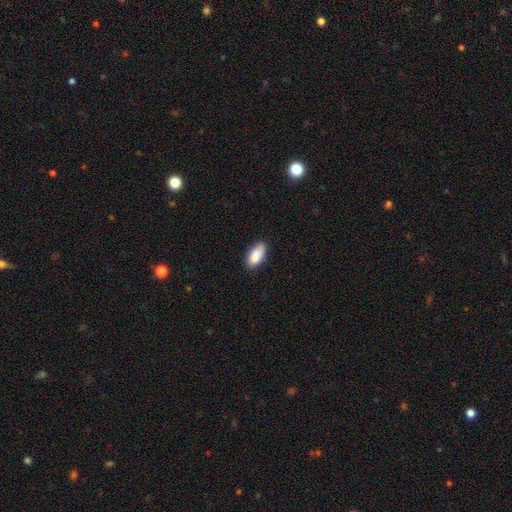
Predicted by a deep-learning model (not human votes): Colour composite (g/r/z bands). It shows a smooth galaxy with no disk features (86%) that is in between round and cigar-shaped (92%). Merging: none (75%).